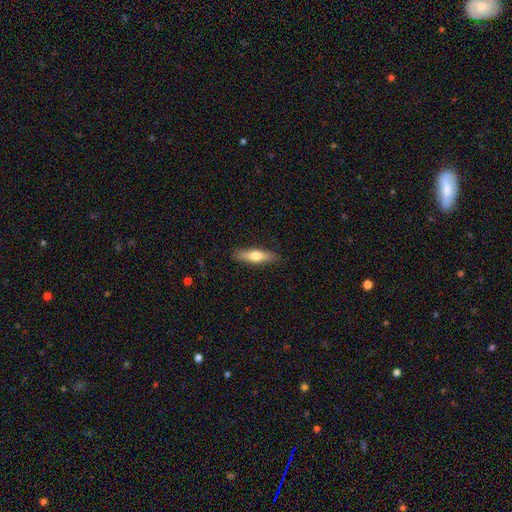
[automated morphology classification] A smooth galaxy with no disk features (62%) that is cigar-shaped (65%).

Vote fractions:
- Smooth or featured? smooth: 62% / featured or disk: 32% / star or artifact: 6%
- How rounded? cigar-shaped: 65% / in between: 33% / round: 2%
- Merging? none: 88% / minor disturbance: 9% / major disturbance: 2% / merger: 1%